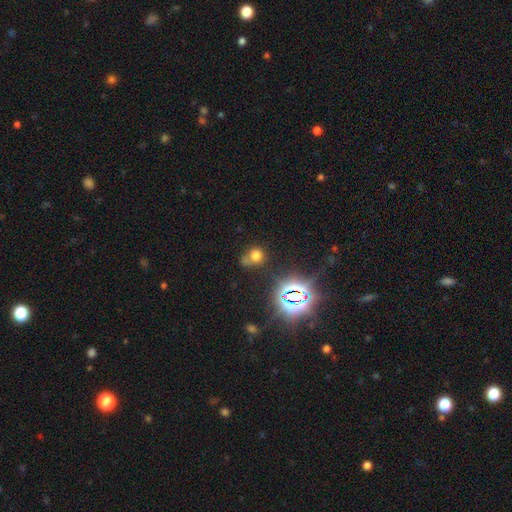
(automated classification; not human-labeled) Q: Smooth or featured?
A: smooth (64%); runner-up: star or artifact (24%)
Q: How rounded?
A: round (67%); runner-up: in between (32%)
Q: Merging?
A: none (44%); runner-up: minor disturbance (22%)